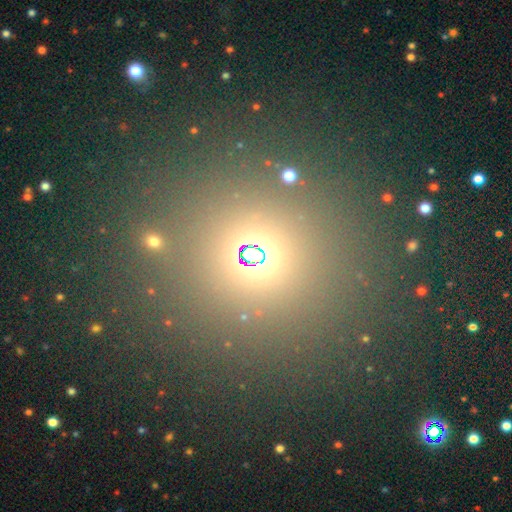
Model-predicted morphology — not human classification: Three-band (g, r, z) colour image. It shows a smooth galaxy with no disk features (48%). Merging: none (80%).